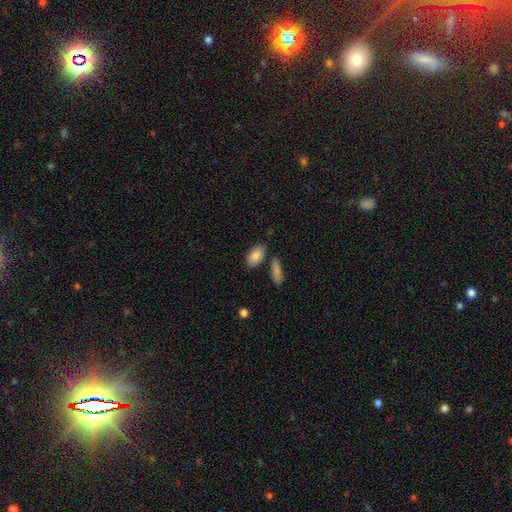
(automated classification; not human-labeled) smooth-or-featured: smooth: 85% | featured or disk: 8% | star or artifact: 6%
  how-rounded: in between: 92% | cigar-shaped: 4% | round: 4%
  merging: none: 77% | minor disturbance: 12% | merger: 8% | major disturbance: 3%